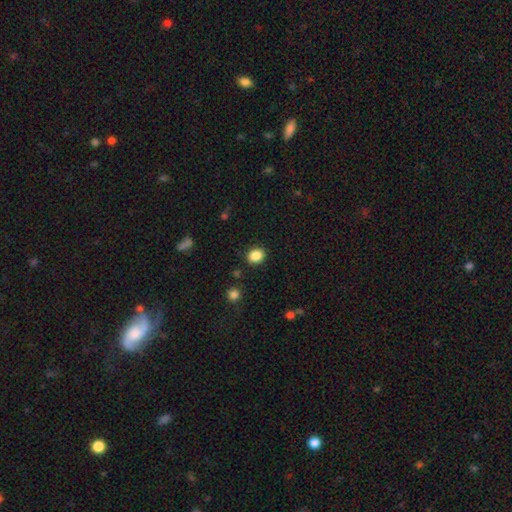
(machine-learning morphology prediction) Smooth or featured? Predicted: smooth (p=0.87). How rounded? Predicted: round (p=0.55). Merging? Predicted: none (p=0.88).